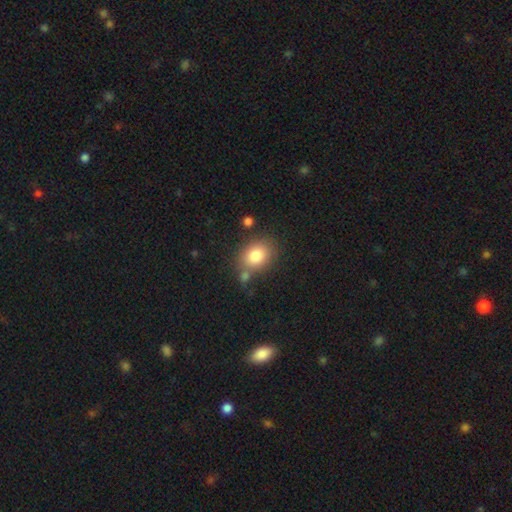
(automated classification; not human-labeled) Smooth or featured?
  - smooth: 81% *
  - featured or disk: 10%
  - star or artifact: 9%
How rounded?
  - in between: 58% *
  - round: 41%
  - cigar-shaped: 1%
Merging?
  - none: 66% *
  - minor disturbance: 15%
  - merger: 14%
  - major disturbance: 5%